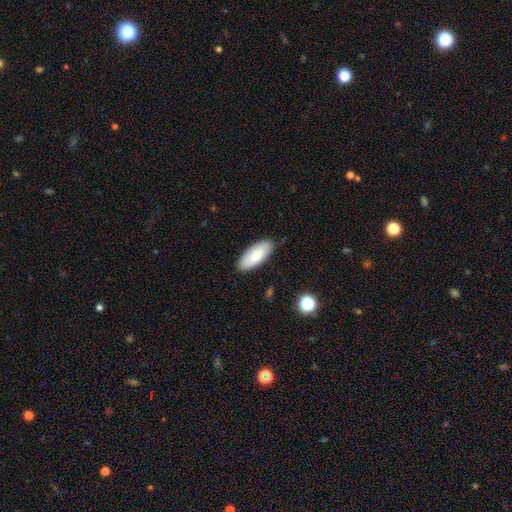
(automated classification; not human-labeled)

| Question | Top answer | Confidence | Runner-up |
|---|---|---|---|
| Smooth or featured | smooth | 81% | featured or disk (13%) |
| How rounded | in between | 84% | cigar-shaped (14%) |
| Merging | none | 85% | minor disturbance (12%) |